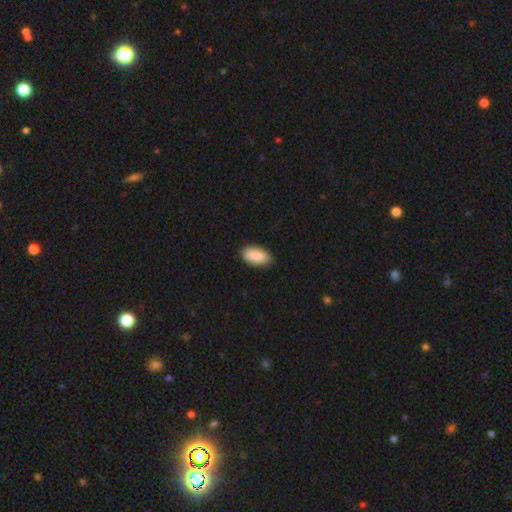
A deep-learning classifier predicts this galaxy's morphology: This appears to be a smooth galaxy with no disk features (90%) that is in between round and cigar-shaped (94%). Merging: none (86%).